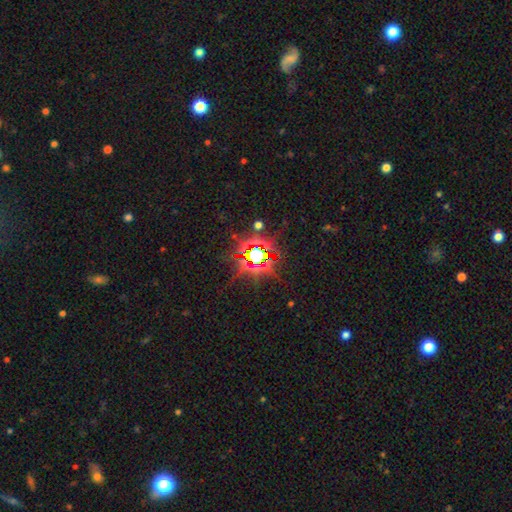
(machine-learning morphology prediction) Smooth or featured? Predicted: star or artifact (p=0.80).